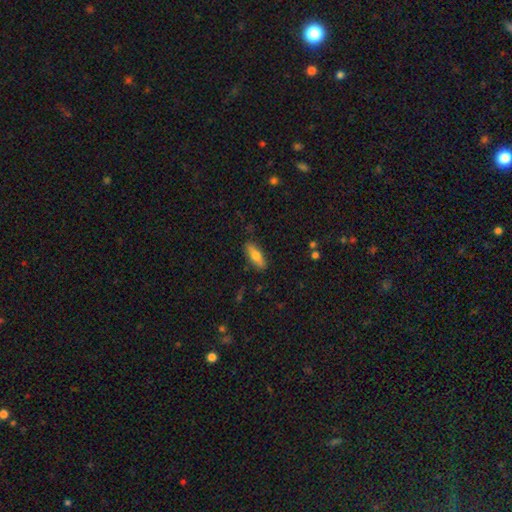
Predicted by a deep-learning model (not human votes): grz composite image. It shows a smooth galaxy with no disk features (69%) that is in between round and cigar-shaped (59%). Merging: none (86%).